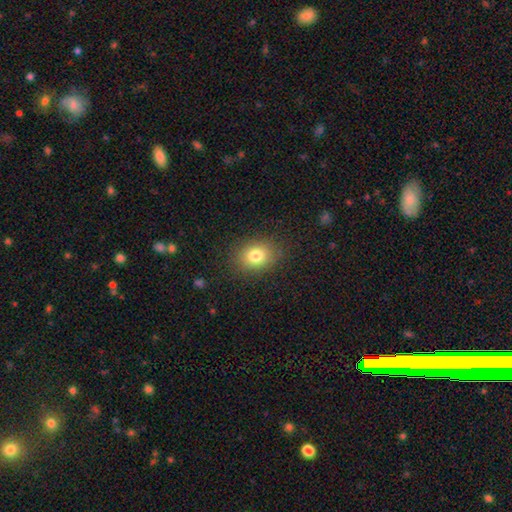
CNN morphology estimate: smooth_or_featured: smooth (p=0.80) [alt: star or artifact p=0.11]
how_rounded: round (p=0.51) [alt: in between p=0.48]
merging: none (p=0.85) [alt: minor disturbance p=0.10]